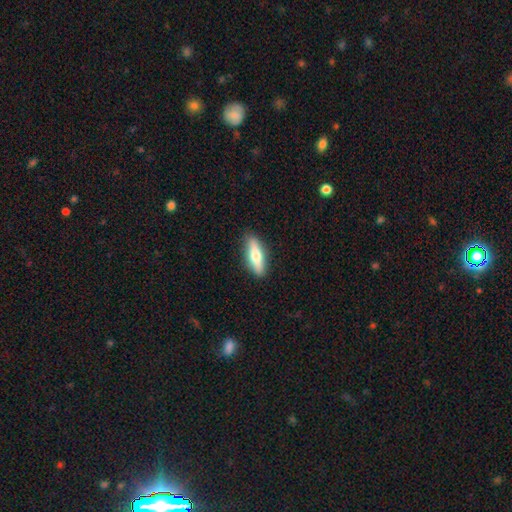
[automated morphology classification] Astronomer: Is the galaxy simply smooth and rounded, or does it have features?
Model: smooth — 57% (runner-up: featured or disk, 37%).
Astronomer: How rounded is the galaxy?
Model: cigar-shaped — 59% (runner-up: in between, 39%).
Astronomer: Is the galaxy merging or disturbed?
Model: none — 88%.